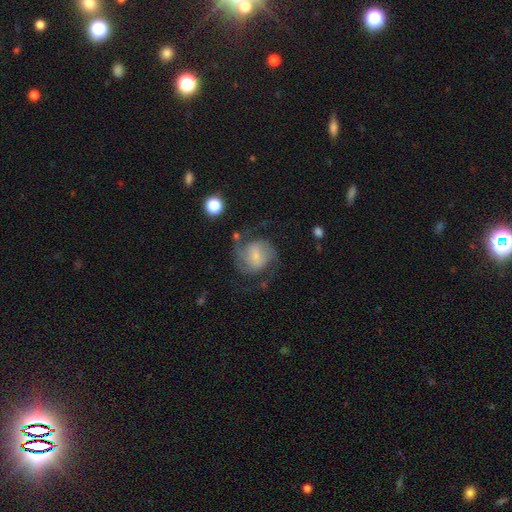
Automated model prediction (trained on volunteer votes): The model was most divided on "bar": weak: 49%, no: 38%, strong: 13%. More confident: edge-on disk — no (98%); spiral arms — yes (94%); smooth or featured — featured or disk (76%); spiral arm count — 2 (71%); bulge size — small (63%); merging — none (61%); spiral winding — medium (52%).